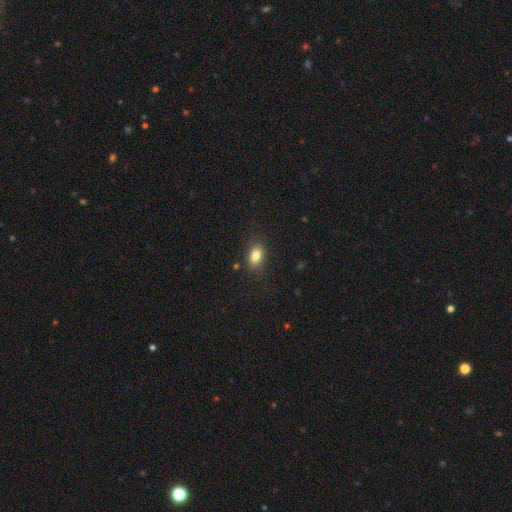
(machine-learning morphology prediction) A smooth galaxy with no disk features (83%) that is in between round and cigar-shaped (85%). Merging: none (82%).